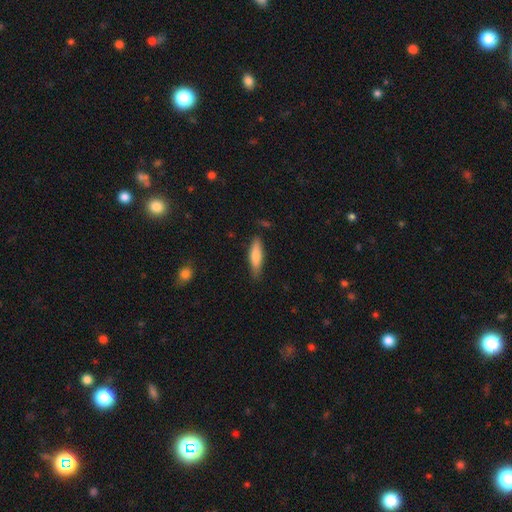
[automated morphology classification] This appears to be a smooth galaxy with no disk features (75%) that is cigar-shaped (64%). Merging: none (80%).